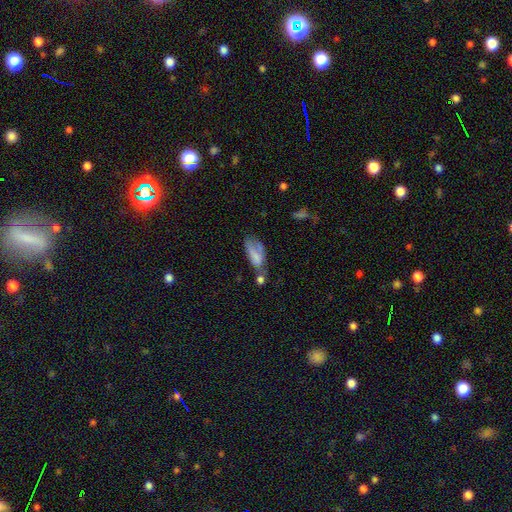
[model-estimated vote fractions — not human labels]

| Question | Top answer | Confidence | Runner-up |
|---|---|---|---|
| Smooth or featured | smooth | 67% | featured or disk (25%) |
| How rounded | in between | 83% | cigar-shaped (14%) |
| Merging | none | 28% | minor disturbance (26%) |